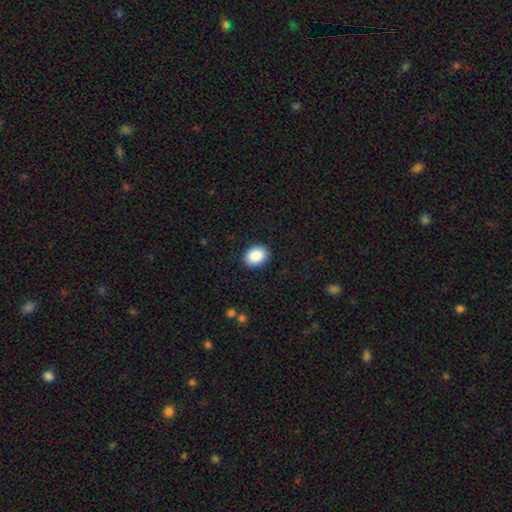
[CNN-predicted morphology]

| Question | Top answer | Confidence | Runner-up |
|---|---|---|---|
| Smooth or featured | smooth | 89% | star or artifact (7%) |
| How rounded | in between | 66% | round (33%) |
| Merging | none | 90% | minor disturbance (7%) |